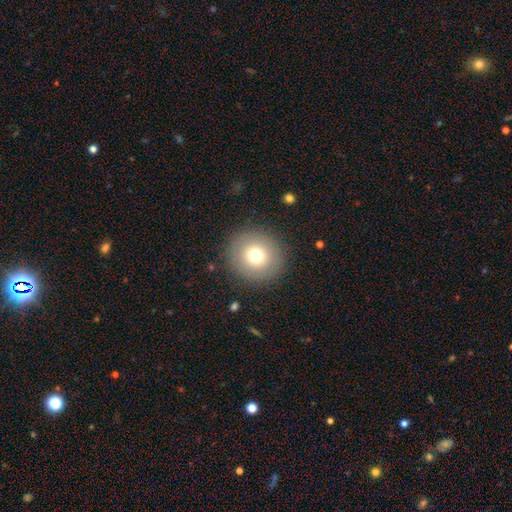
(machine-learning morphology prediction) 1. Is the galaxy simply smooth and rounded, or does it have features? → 74% smooth, 14% featured or disk, 12% star or artifact.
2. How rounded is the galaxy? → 95% round, 4% in between, 1% cigar-shaped.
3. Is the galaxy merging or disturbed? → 89% none, 6% minor disturbance, 3% major disturbance, 1% merger.